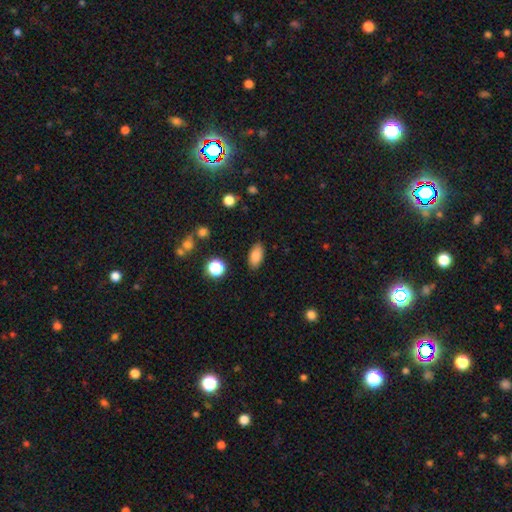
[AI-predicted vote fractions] Smooth or featured: smooth — 84% (star or artifact — 9%)
How rounded: in between — 90% (round — 5%)
Merging: none — 87% (minor disturbance — 9%)